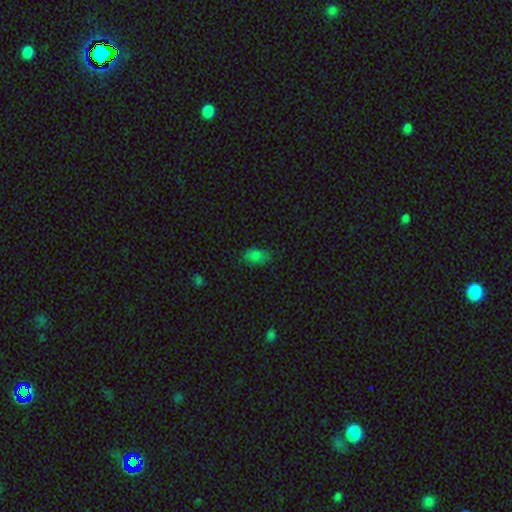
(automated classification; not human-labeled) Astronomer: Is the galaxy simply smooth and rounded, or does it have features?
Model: smooth — 80%.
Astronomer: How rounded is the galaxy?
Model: in between — 88%.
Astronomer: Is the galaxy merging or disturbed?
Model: none — 72%.